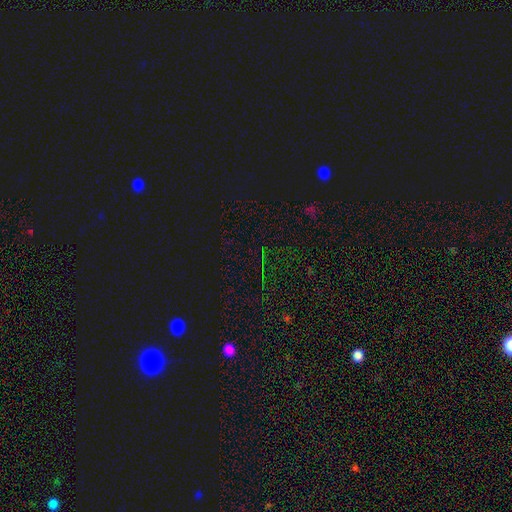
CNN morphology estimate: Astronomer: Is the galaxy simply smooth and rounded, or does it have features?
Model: star or artifact — 78%.